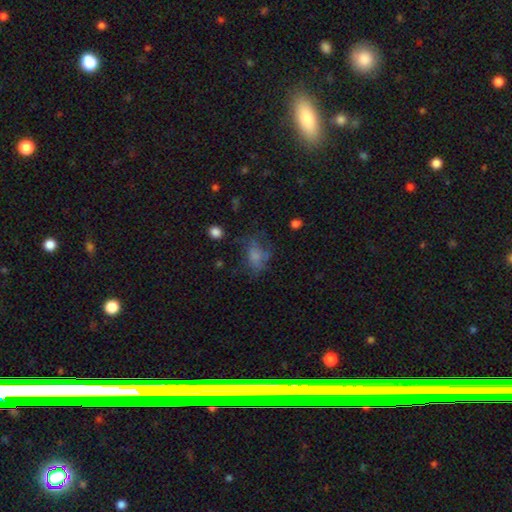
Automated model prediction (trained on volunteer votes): This appears to be a smooth galaxy with no disk features (60%) that is in between round and cigar-shaped (67%). Merging: none (42%).